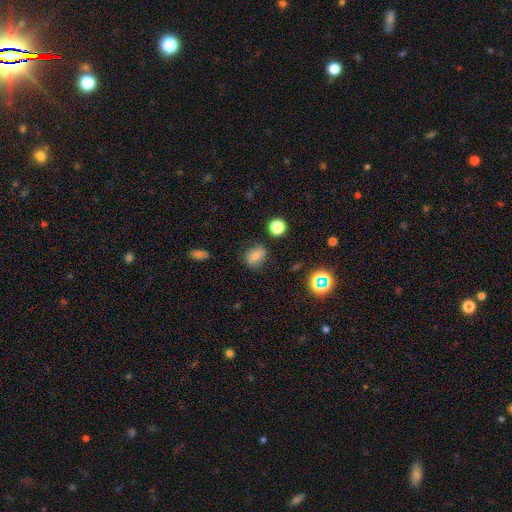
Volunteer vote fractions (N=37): Q: Smooth or featured?
A: smooth (78%); runner-up: featured or disk (16%)
Q: How rounded?
A: in between (76%); runner-up: round (24%)
Q: Merging?
A: none (83%); runner-up: minor disturbance (11%)